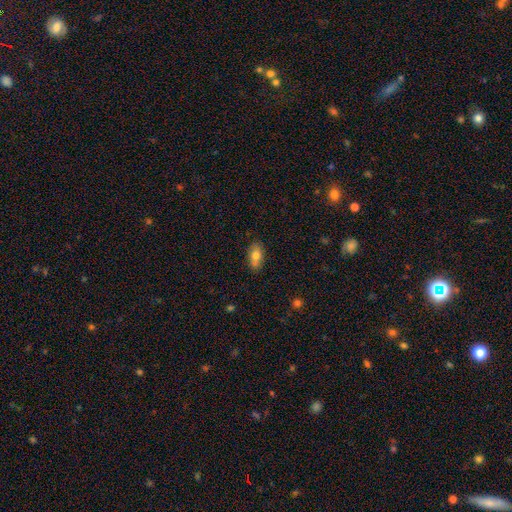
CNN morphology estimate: Q: Smooth or featured?
A: smooth (74%); runner-up: featured or disk (17%)
Q: How rounded?
A: in between (89%); runner-up: round (7%)
Q: Merging?
A: none (76%); runner-up: minor disturbance (16%)